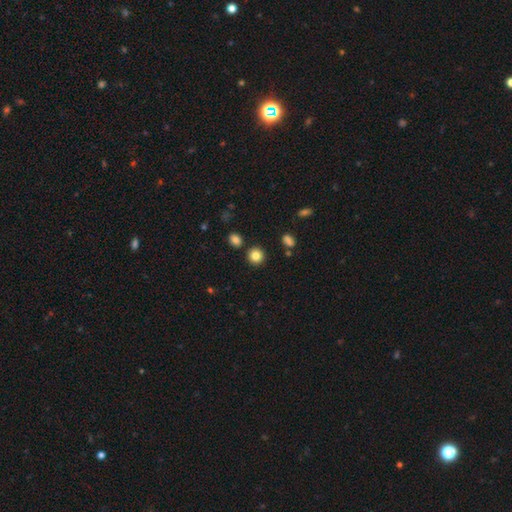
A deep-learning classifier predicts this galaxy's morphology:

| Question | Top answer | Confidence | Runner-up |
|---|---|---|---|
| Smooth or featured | smooth | 84% | star or artifact (10%) |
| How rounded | round | 91% | in between (8%) |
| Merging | none | 88% | minor disturbance (6%) |